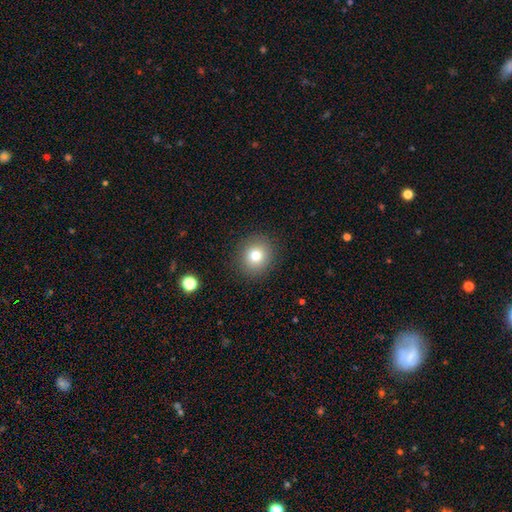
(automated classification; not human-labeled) Smooth or featured: smooth — 77% (star or artifact — 13%)
How rounded: round — 87% (in between — 13%)
Merging: none — 90% (minor disturbance — 7%)